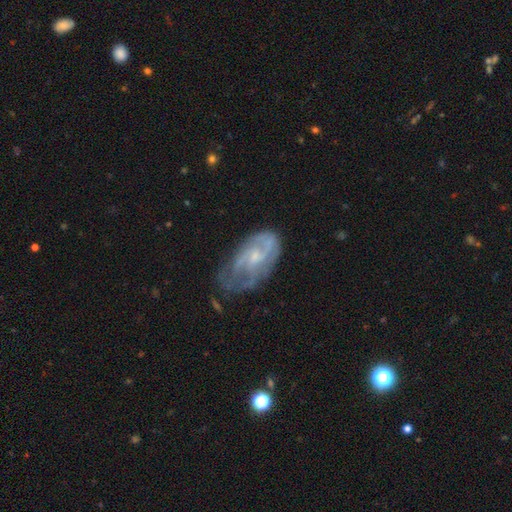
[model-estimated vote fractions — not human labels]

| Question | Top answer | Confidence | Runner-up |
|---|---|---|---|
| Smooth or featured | featured or disk | 69% | smooth (24%) |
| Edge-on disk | no | 95% | yes (5%) |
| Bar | no | 64% | weak (31%) |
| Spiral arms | yes | 73% | no (27%) |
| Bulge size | small | 55% | moderate (32%) |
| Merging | none | 47% | minor disturbance (31%) |